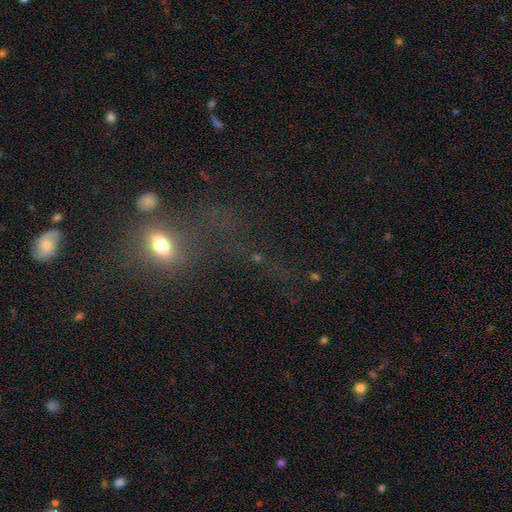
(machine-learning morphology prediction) Smooth or featured?
  - smooth: 45% *
  - star or artifact: 38%
  - featured or disk: 17%
Merging?
  - none: 39% *
  - major disturbance: 31%
  - minor disturbance: 15%
  - merger: 14%